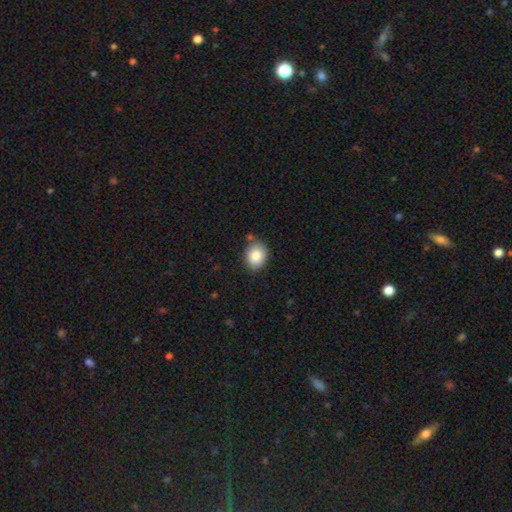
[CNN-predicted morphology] The model was most divided on "how rounded": in between: 61%, round: 38%, cigar-shaped: 1%. More confident: smooth or featured — smooth (85%); merging — none (79%).